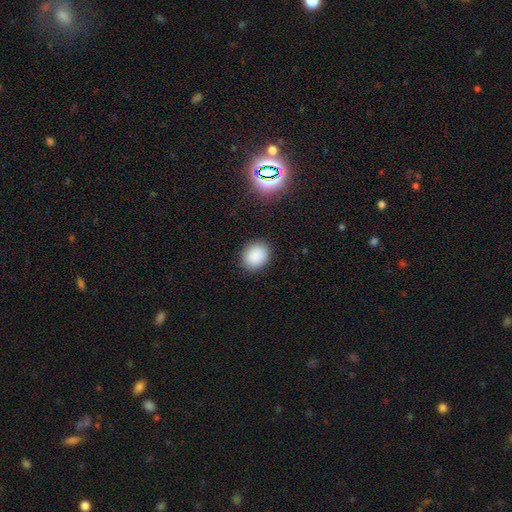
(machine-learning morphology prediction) smooth 87%, star or artifact 9%, featured or disk 3%. Down the decision tree: how rounded — round (63%); merging — none (88%).